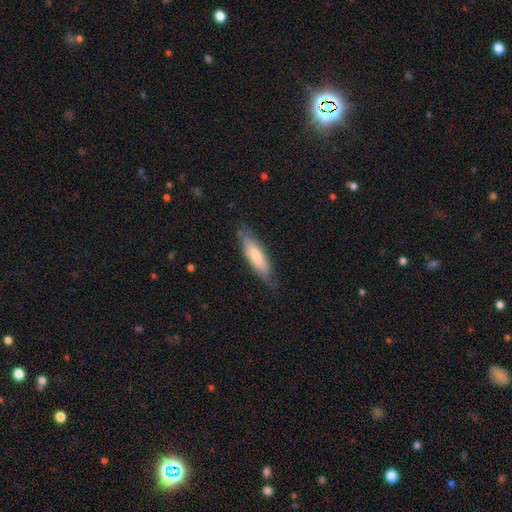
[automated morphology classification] Smooth or featured: smooth — 58% (featured or disk — 34%)
How rounded: cigar-shaped — 69% (in between — 29%)
Merging: none — 81% (minor disturbance — 15%)